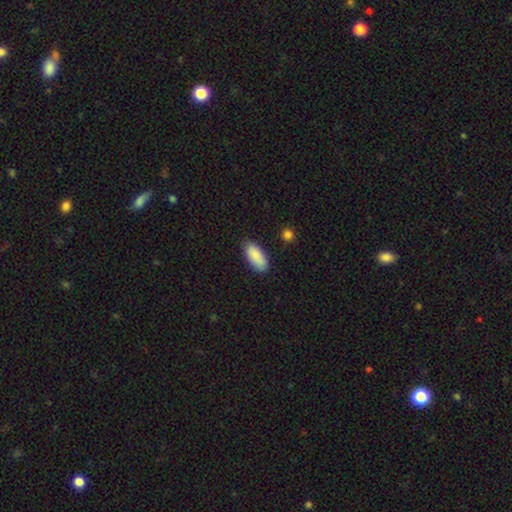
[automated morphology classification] smooth_or_featured: smooth (p=0.89) [alt: star or artifact p=0.06]
how_rounded: in between (p=0.87) [alt: cigar-shaped p=0.11]
merging: none (p=0.82) [alt: minor disturbance p=0.14]